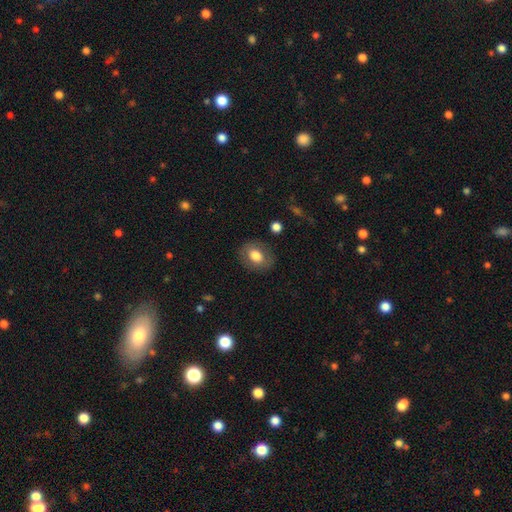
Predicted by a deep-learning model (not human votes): The model was most divided on "how rounded": in between: 56%, round: 43%, cigar-shaped: 1%. More confident: merging — none (83%); smooth or featured — smooth (72%).